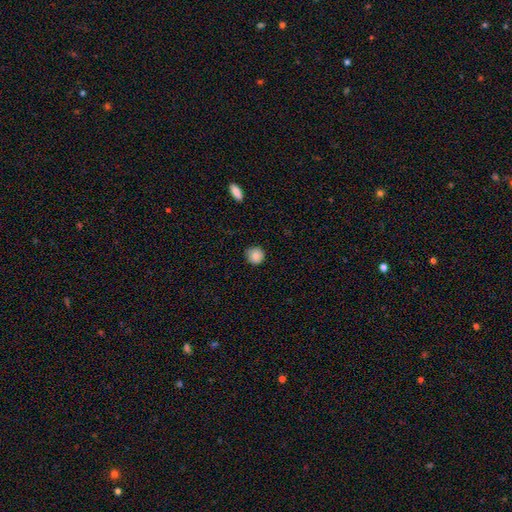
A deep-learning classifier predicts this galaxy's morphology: This is clearly a smooth galaxy (86%). How rounded: clearly round (92%). Merging: clearly none (88%).